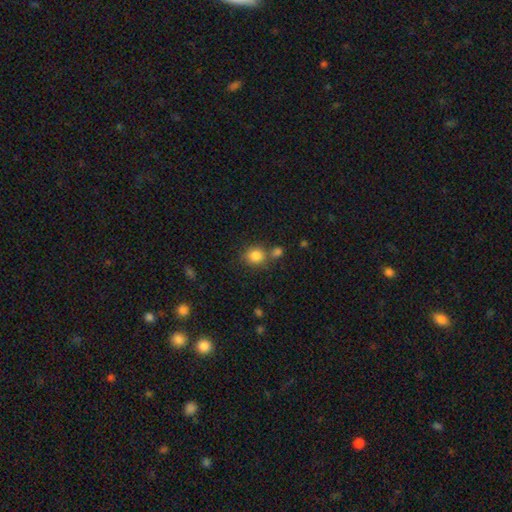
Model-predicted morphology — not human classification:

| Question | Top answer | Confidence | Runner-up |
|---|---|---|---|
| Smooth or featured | smooth | 84% | star or artifact (10%) |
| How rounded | round | 74% | in between (25%) |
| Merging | none | 62% | merger (22%) |